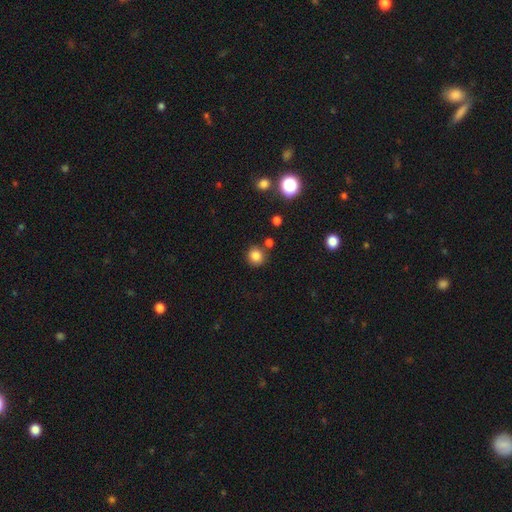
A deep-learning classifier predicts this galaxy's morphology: Smooth or featured? Predicted: smooth (p=0.83). How rounded? Predicted: round (p=0.90). Merging? Predicted: none (p=0.81).